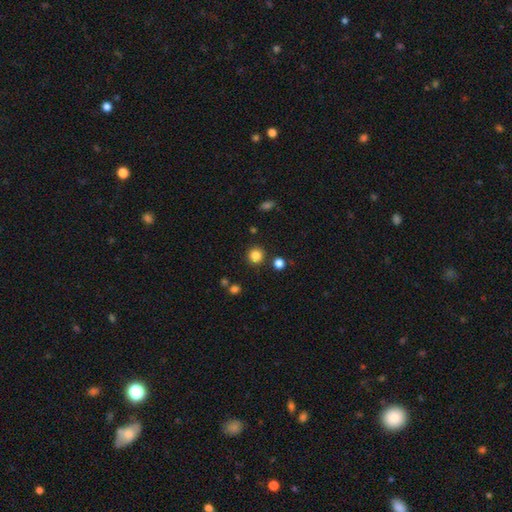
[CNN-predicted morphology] The model was most divided on "smooth or featured": smooth: 84%, star or artifact: 12%, featured or disk: 4%. More confident: how rounded — round (93%); merging — none (88%).